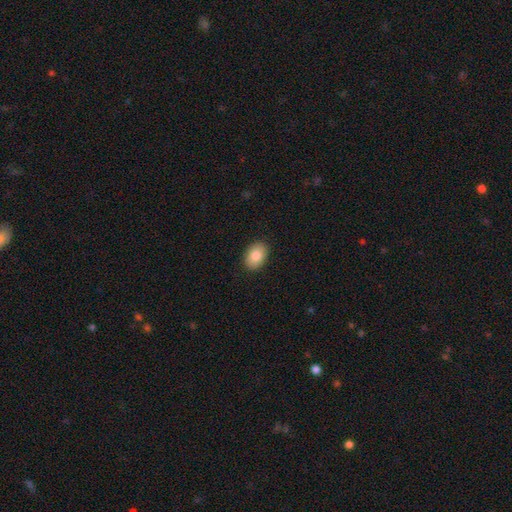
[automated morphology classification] Smooth or featured? Predicted: smooth (p=0.84). How rounded? Predicted: in between (p=0.83). Merging? Predicted: none (p=0.90).